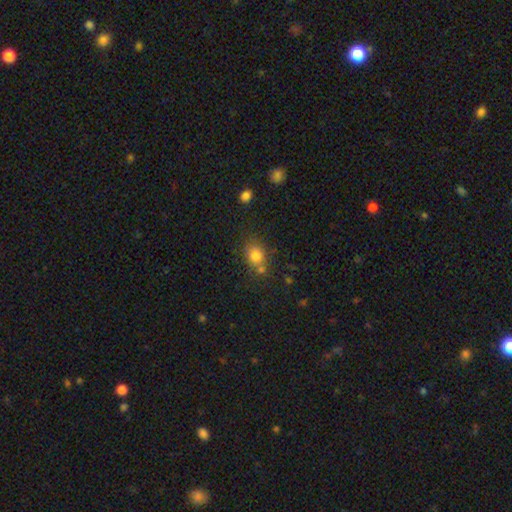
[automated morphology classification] smooth 79%, star or artifact 12%, featured or disk 10%. Down the decision tree: how rounded — round (59%); merging — none (59%).